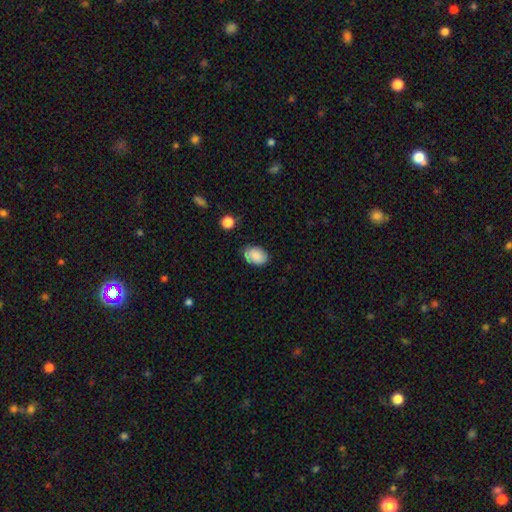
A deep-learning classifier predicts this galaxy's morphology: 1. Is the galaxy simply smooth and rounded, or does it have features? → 81% smooth, 11% featured or disk, 8% star or artifact.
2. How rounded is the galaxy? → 83% in between, 16% round, 1% cigar-shaped.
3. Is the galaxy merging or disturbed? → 75% none, 19% minor disturbance, 4% major disturbance, 2% merger.